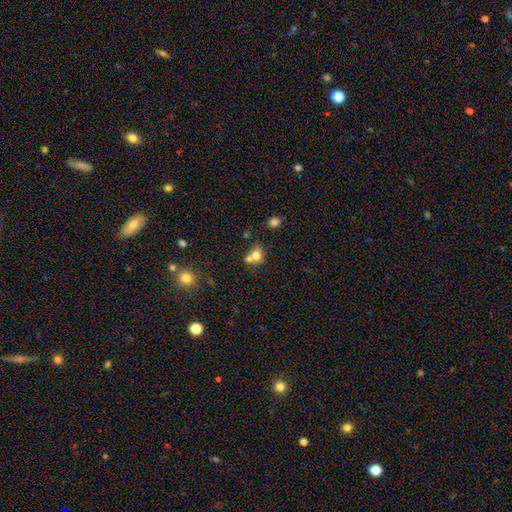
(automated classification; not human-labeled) A smooth galaxy with no disk features (73%) that is round (62%). Merging: merger (54%).